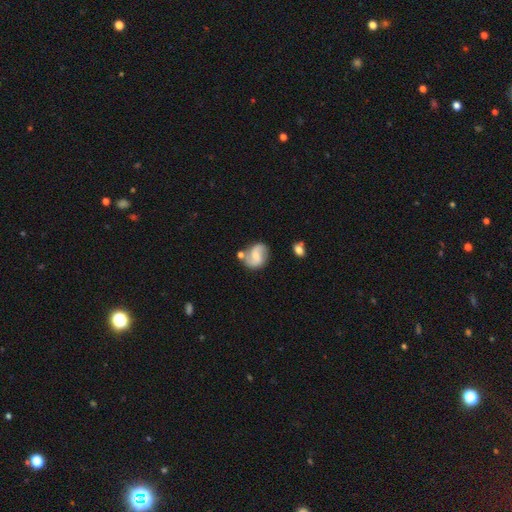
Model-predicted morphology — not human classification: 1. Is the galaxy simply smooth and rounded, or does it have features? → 66% featured or disk, 27% smooth, 7% star or artifact.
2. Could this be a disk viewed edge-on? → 98% no, 2% yes.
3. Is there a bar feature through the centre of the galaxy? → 46% weak, 40% no, 14% strong.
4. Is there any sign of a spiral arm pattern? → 92% yes, 8% no.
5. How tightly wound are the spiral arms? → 45% loose, 40% medium, 15% tight.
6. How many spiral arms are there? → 89% 2, 5% can't tell, 3% 1, 1% 3, 1% 4, 1% more than 4.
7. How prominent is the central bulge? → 44% small, 34% moderate, 16% none, 4% large, 1% dominant.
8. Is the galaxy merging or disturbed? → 66% none, 17% minor disturbance, 11% merger, 5% major disturbance.